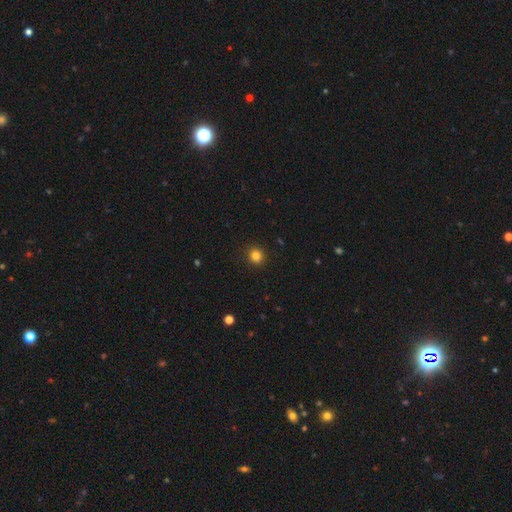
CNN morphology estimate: Overall: smooth (83%). How rounded: round (92%). Merging: none (92%).